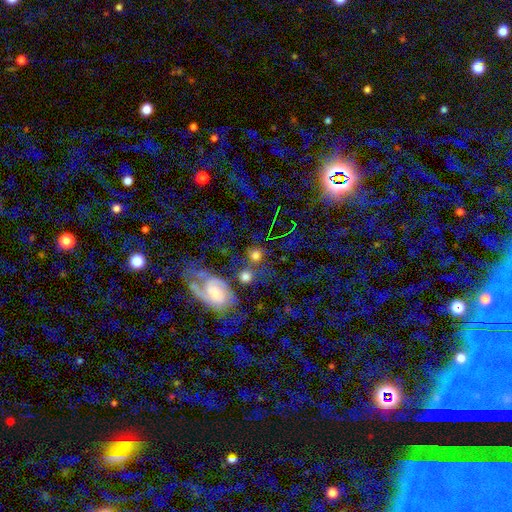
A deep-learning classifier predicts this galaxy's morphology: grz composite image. It shows a smooth galaxy with no disk features (57%) that is round (79%). Merging: none (55%).